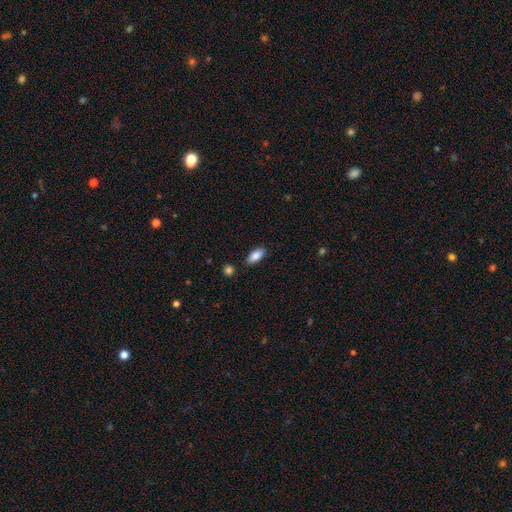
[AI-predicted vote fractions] The model was most divided on "merging": none: 83%, minor disturbance: 12%, merger: 3%, major disturbance: 2%. More confident: smooth or featured — smooth (87%); how rounded — in between (87%).